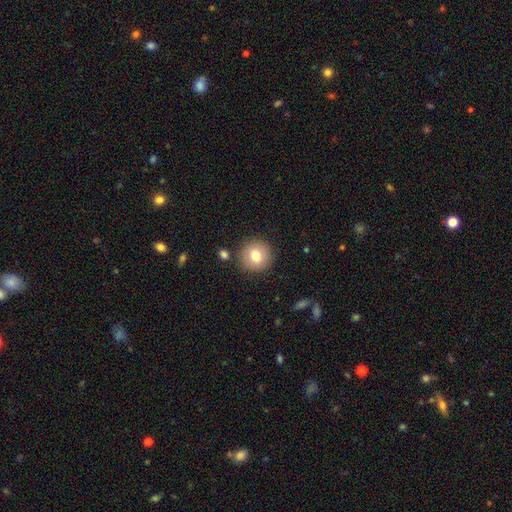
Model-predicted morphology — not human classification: A smooth galaxy with no disk features (78%) that is round (93%).

Vote fractions:
- Smooth or featured? smooth: 78% / featured or disk: 13% / star or artifact: 9%
- How rounded? round: 93% / in between: 6% / cigar-shaped: 1%
- Merging? none: 88% / minor disturbance: 7% / merger: 3% / major disturbance: 2%